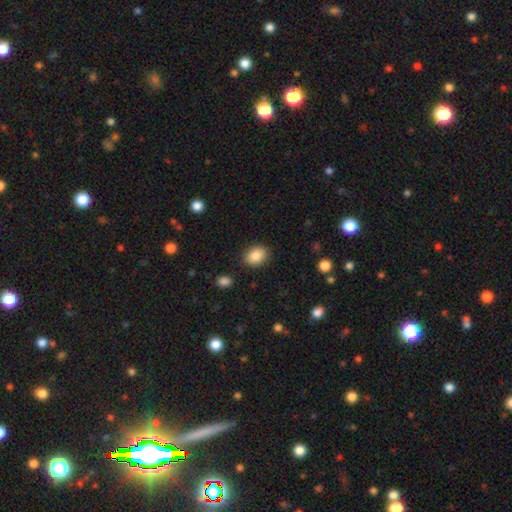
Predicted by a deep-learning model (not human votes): This appears to be a smooth galaxy with no disk features (87%) that is in between round and cigar-shaped (65%). Merging: none (87%).